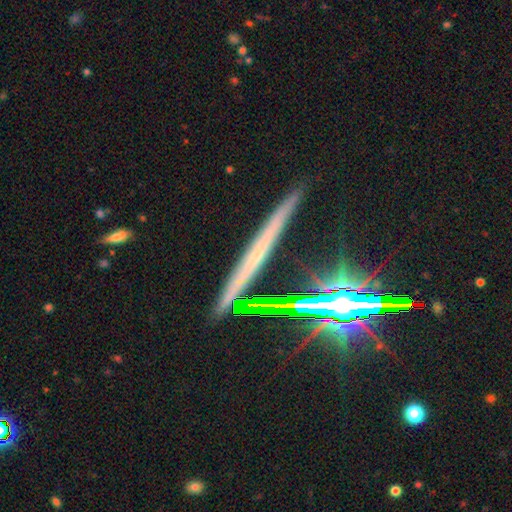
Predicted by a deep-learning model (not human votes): Overall: featured or disk (54%; star or artifact 25%). Edge-on disk: yes (91%). Merging: none (81%).